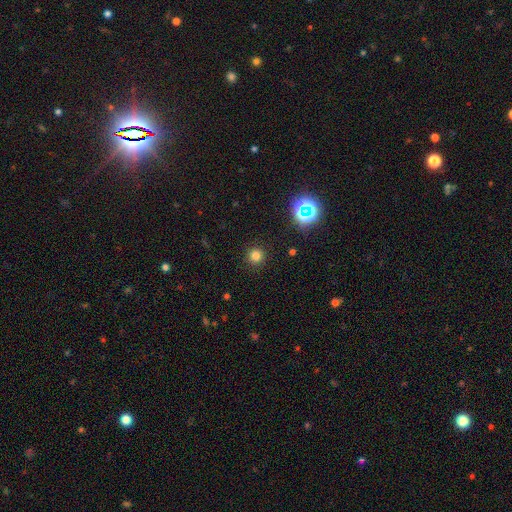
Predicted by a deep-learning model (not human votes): smooth_or_featured: smooth (p=0.77) [alt: star or artifact p=0.18]
how_rounded: round (p=0.95) [alt: in between p=0.04]
merging: none (p=0.91) [alt: minor disturbance p=0.05]